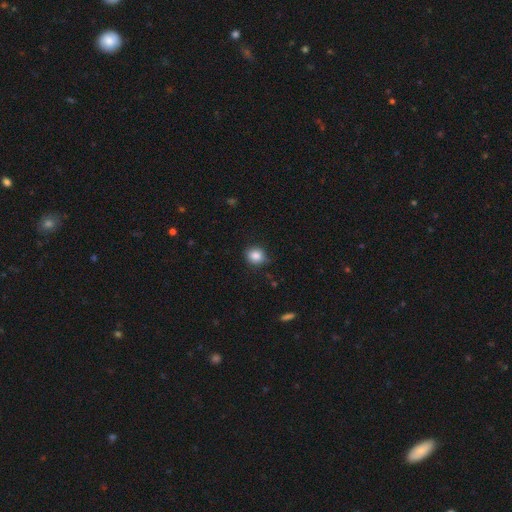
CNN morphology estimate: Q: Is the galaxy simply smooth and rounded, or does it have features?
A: smooth — 86%.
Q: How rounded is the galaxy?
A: round — 79%.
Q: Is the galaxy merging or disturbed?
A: none — 79%.